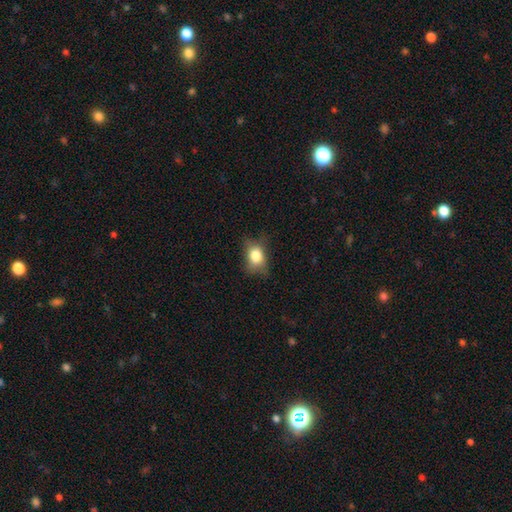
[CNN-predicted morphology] type=smooth (77%); roundness=in between (61%); merging=none (58%).